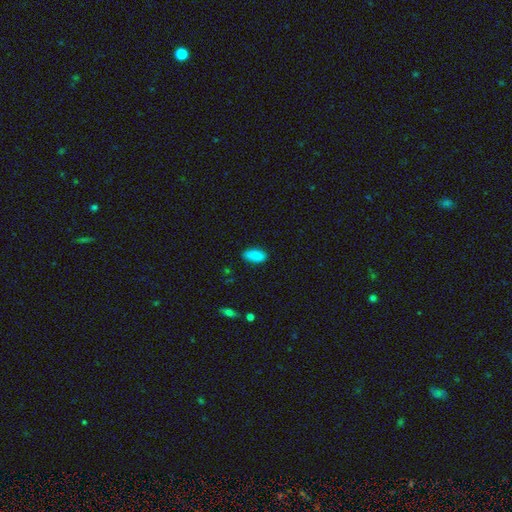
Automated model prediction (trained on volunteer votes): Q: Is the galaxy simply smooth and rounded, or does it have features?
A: smooth — 81%.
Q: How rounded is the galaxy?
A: in between — 90%.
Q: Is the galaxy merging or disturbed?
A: none — 87%.